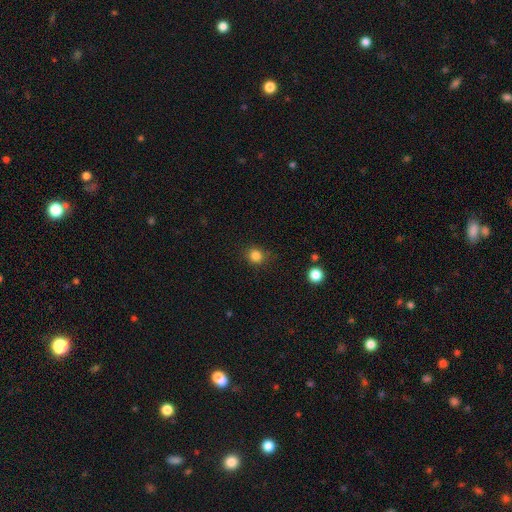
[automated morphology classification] The model was most divided on "smooth or featured": smooth: 84%, star or artifact: 12%, featured or disk: 4%. More confident: how rounded — round (87%); merging — none (84%).